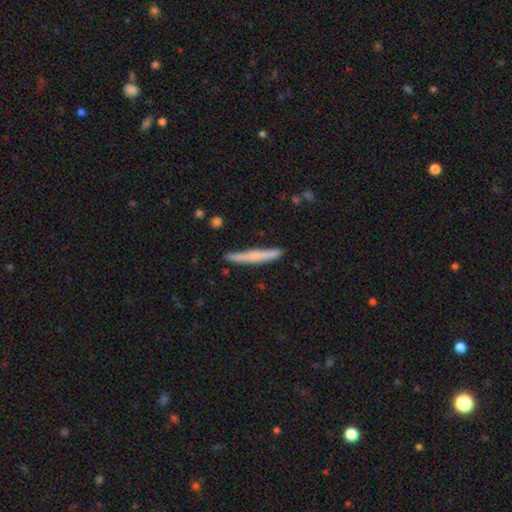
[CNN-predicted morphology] Smooth or featured? smooth (58%)
How rounded? cigar-shaped (96%)
Merging? none (82%)